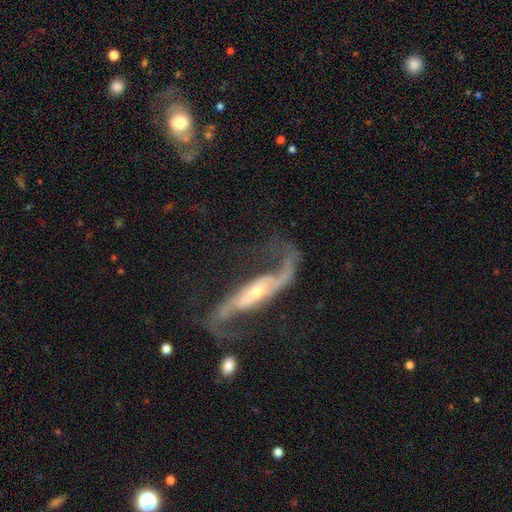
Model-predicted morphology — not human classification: This is clearly a featured or disk galaxy (89%). It is clearly not viewed edge-on (82%). Bar: possibly strong (51%). Spiral arm pattern: clearly yes (96%). Spiral arm count: clearly 2 (92%). Spiral winding: likely loose (67%). Central bulge: possibly small (58%). Merging: possibly none (59%).